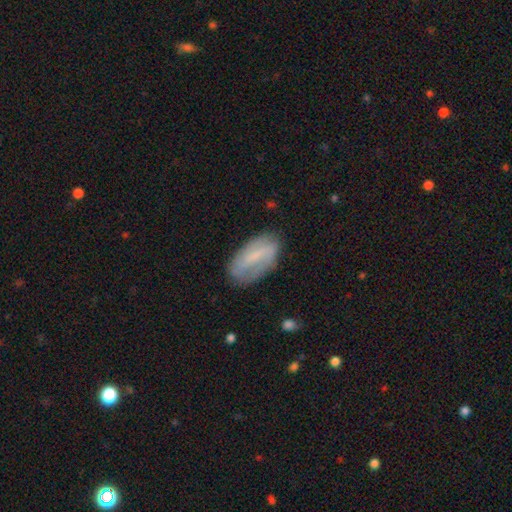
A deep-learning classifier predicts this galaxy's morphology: smooth 49%, featured or disk 43%, star or artifact 8%. Down the decision tree: merging — none (69%).